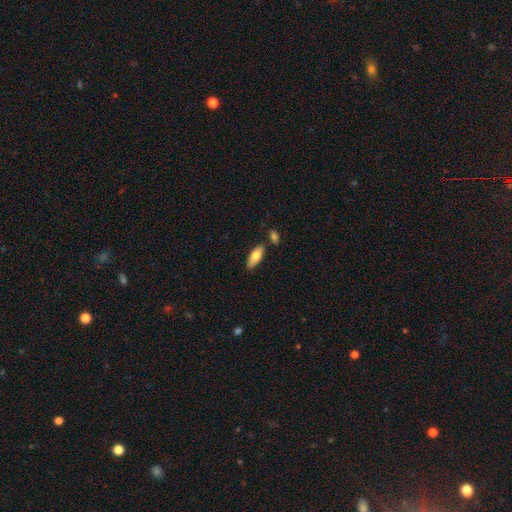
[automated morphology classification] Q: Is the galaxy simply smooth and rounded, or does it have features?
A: smooth — 77%.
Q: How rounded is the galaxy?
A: in between — 74%.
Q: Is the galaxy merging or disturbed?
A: none — 78%.